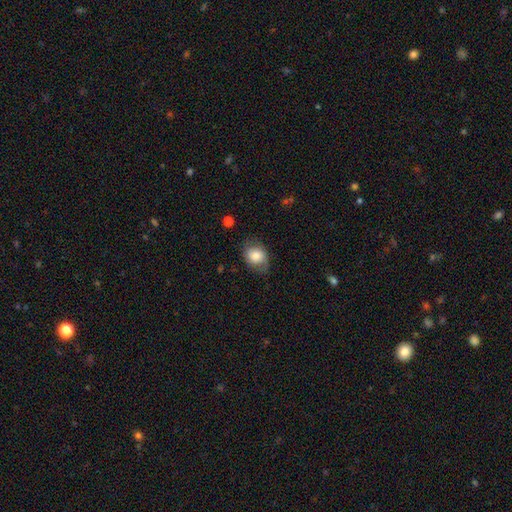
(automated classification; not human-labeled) A smooth galaxy with no disk features (72%) that is in between round and cigar-shaped (51%). Merging: none (67%).